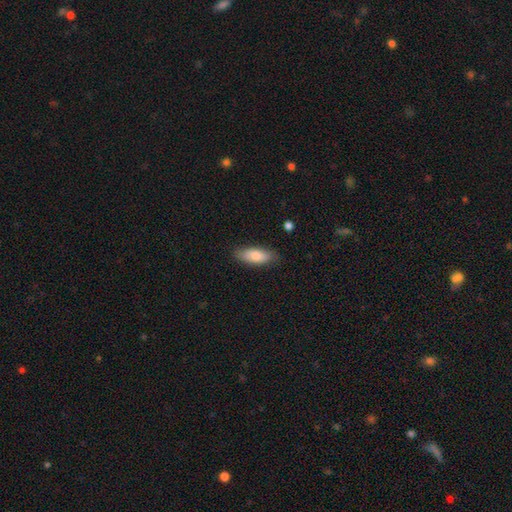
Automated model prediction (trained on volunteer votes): Smooth or featured? smooth (82%)
How rounded? in between (75%)
Merging? none (83%)